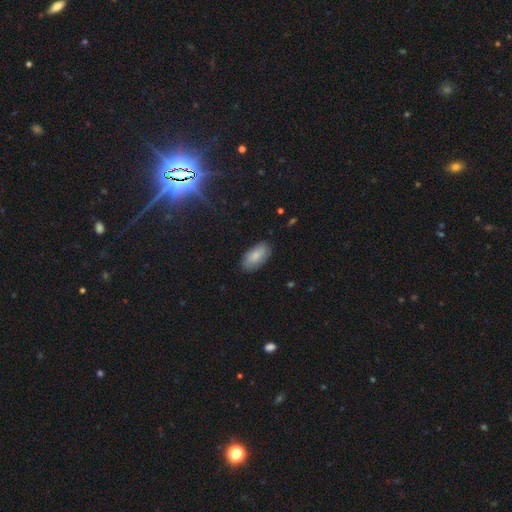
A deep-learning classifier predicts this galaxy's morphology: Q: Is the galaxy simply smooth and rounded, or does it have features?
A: smooth — 81%.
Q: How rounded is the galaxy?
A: in between — 94%.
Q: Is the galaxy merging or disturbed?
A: none — 81%.